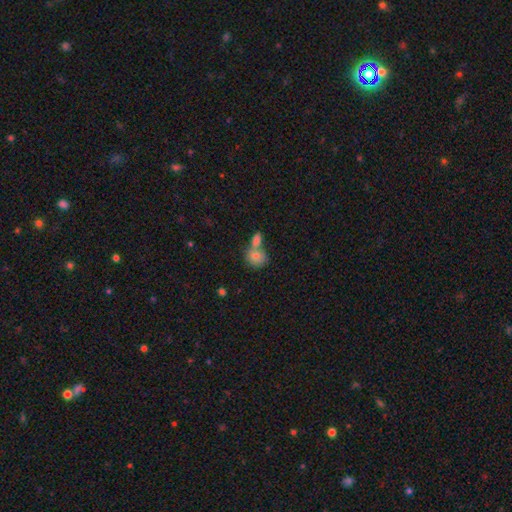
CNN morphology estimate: Smooth or featured? Predicted: smooth (p=0.79). How rounded? Predicted: round (p=0.58). Merging? Predicted: merger (p=0.55).